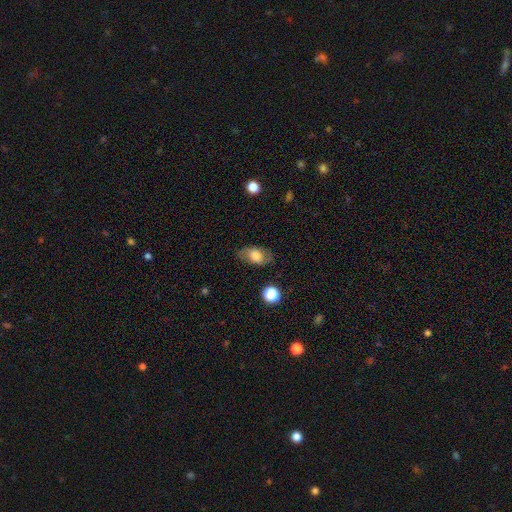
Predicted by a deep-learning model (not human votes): Smooth or featured? Predicted: smooth (p=0.63). How rounded? Predicted: in between (p=0.86). Merging? Predicted: none (p=0.72).